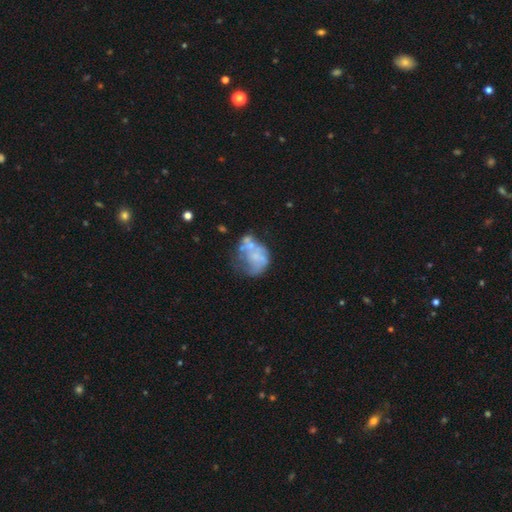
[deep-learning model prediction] smooth_or_featured: featured or disk (p=0.56) [alt: smooth p=0.33]
disk_edge_on: no (p=0.98) [alt: yes p=0.02]
bar: no (p=0.89) [alt: weak p=0.09]
has_spiral_arms: no (p=0.86) [alt: yes p=0.14]
bulge_size: none (p=0.70) [alt: small p=0.16]
merging: major disturbance (p=0.32) [alt: none p=0.30]